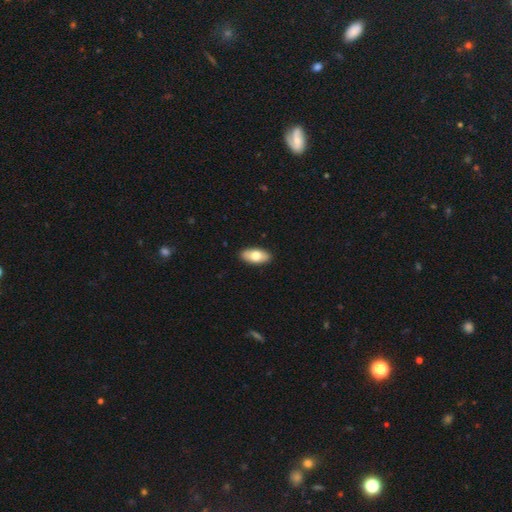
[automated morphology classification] Smooth or featured? Predicted: smooth (p=0.74). How rounded? Predicted: in between (p=0.90). Merging? Predicted: none (p=0.91).